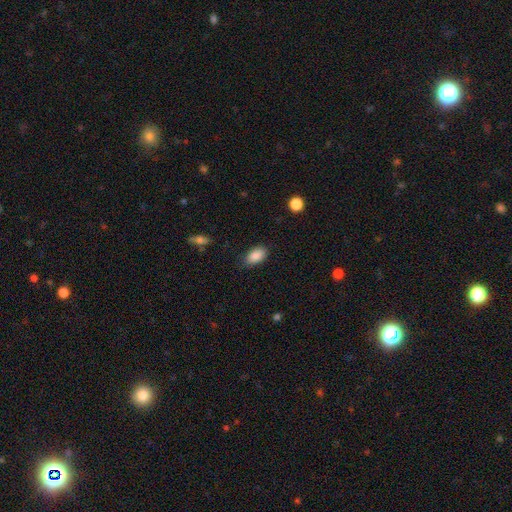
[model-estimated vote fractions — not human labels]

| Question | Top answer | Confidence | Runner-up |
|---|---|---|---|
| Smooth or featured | smooth | 87% | star or artifact (7%) |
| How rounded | in between | 93% | round (5%) |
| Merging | none | 79% | minor disturbance (16%) |